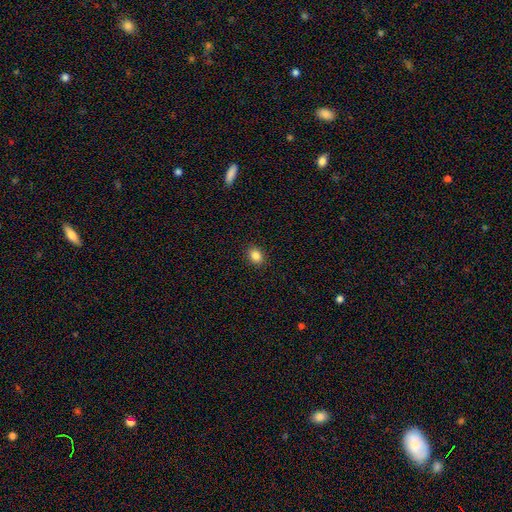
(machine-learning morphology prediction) smooth-or-featured: smooth: 85% | star or artifact: 10% | featured or disk: 5%
  how-rounded: in between: 50% | round: 49% | cigar-shaped: 1%
  merging: none: 90% | minor disturbance: 7% | major disturbance: 2% | merger: 1%